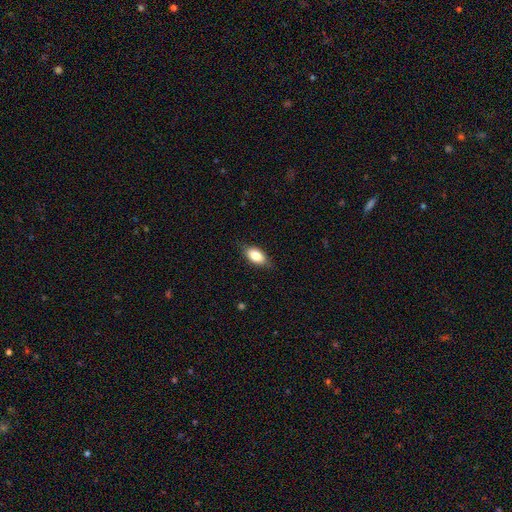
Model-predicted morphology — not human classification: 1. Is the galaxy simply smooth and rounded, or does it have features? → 80% smooth, 13% featured or disk, 7% star or artifact.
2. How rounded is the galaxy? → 89% in between, 6% round, 5% cigar-shaped.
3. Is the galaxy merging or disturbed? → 82% none, 14% minor disturbance, 3% major disturbance, 1% merger.